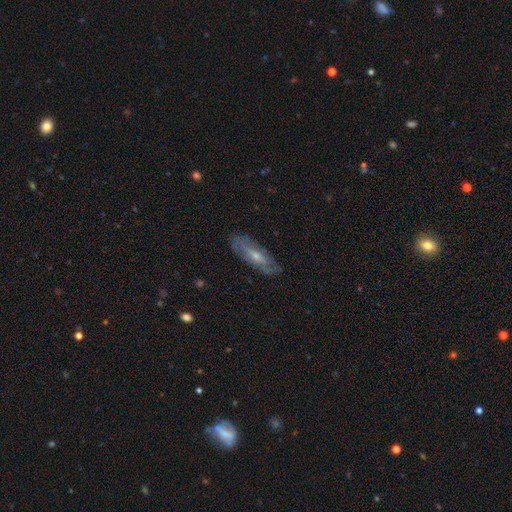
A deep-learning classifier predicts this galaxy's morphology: Smooth or featured?
  - featured or disk: 64% *
  - smooth: 28%
  - star or artifact: 8%
Edge-on disk?
  - no: 71% *
  - yes: 29%
Merging?
  - none: 80% *
  - minor disturbance: 15%
  - major disturbance: 4%
  - merger: 1%